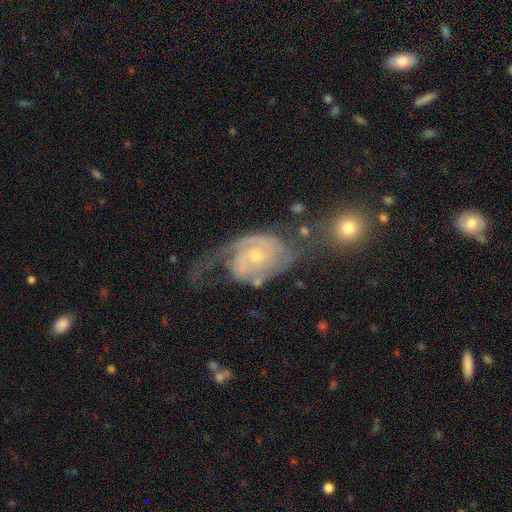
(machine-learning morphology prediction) A featured or disk galaxy (85%) with no bar (67%), 2 (54%) tight (49%) spiral arms (95%) and a small central bulge (53%). Merging: none (37%).